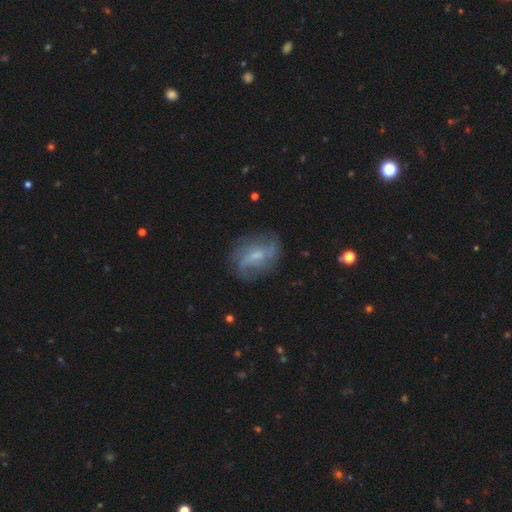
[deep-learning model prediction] Morphology: type=featured or disk (71%); edge-on=no (96%); bar=weak (53%); spiral arms=yes (87%); winding=loose (45%); arm count=2 (39%); bulge=small (50%); merging=none (67%).